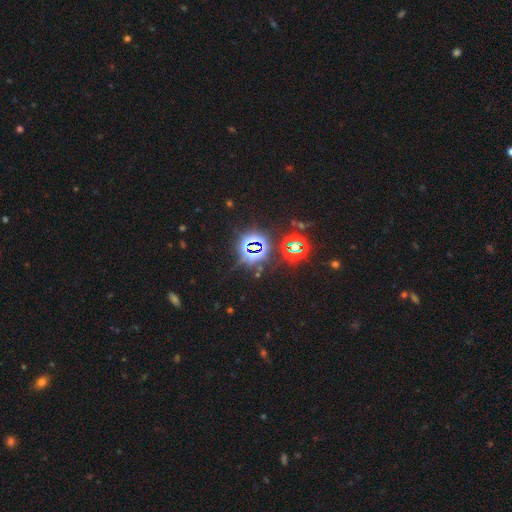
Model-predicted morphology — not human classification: Smooth or featured: star or artifact — 80% (smooth — 12%)